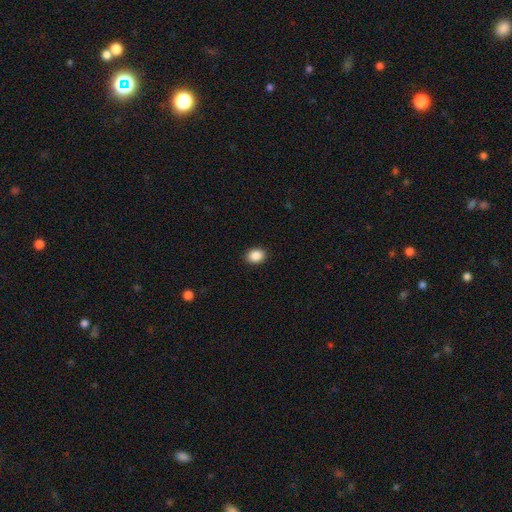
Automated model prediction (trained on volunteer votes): Overall: smooth (88%). How rounded: in between (51%; round 48%). Merging: none (92%).